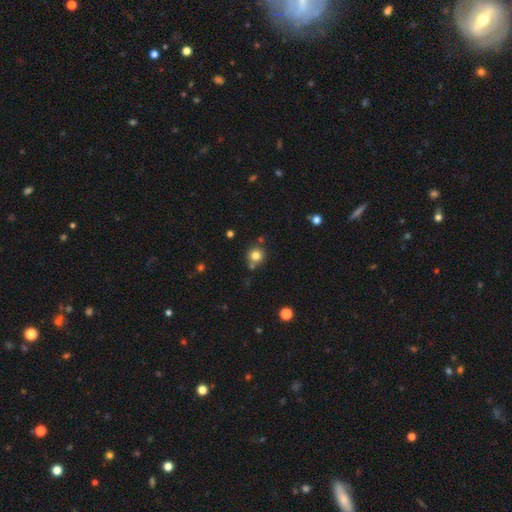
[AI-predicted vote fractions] smooth_or_featured: smooth (p=0.79) [alt: star or artifact p=0.13]
how_rounded: round (p=0.92) [alt: in between p=0.07]
merging: none (p=0.73) [alt: merger p=0.13]